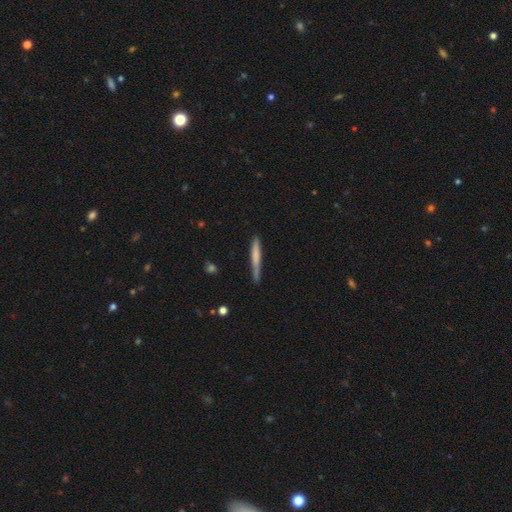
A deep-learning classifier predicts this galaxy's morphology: Smooth or featured? Predicted: smooth (p=0.63). How rounded? Predicted: cigar-shaped (p=0.96). Merging? Predicted: none (p=0.77).